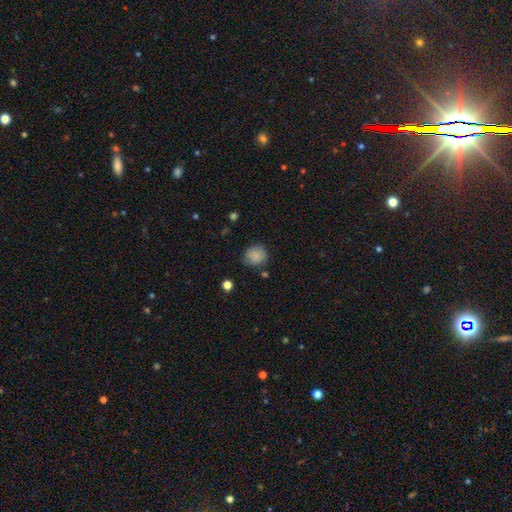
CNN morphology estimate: Smooth or featured? smooth (85%)
How rounded? round (81%)
Merging? none (73%)